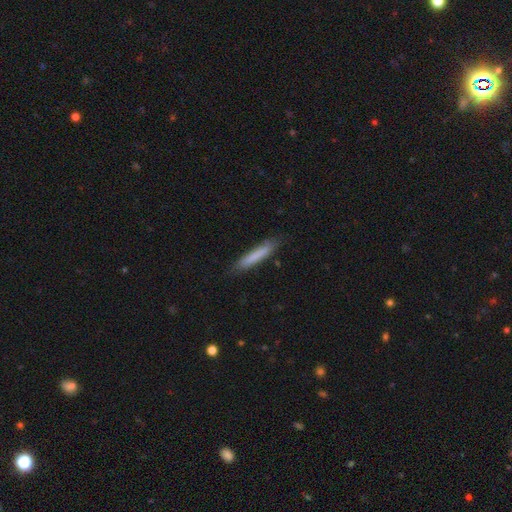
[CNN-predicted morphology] Smooth or featured?
  - smooth: 78% *
  - featured or disk: 16%
  - star or artifact: 6%
How rounded?
  - cigar-shaped: 93% *
  - in between: 6%
  - round: 1%
Merging?
  - none: 84% *
  - minor disturbance: 12%
  - major disturbance: 2%
  - merger: 1%